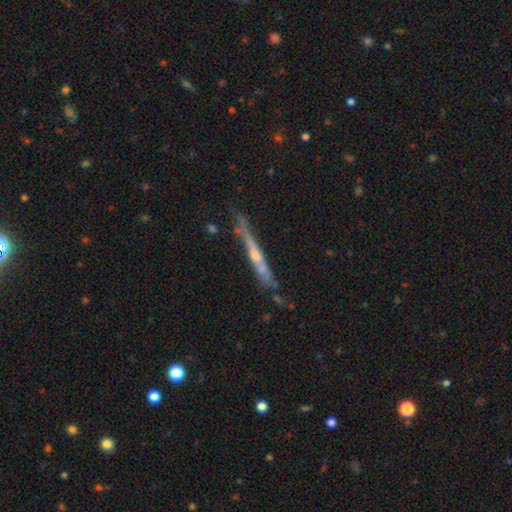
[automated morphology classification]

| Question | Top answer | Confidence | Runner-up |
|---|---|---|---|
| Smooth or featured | featured or disk | 67% | smooth (26%) |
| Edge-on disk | yes | 90% | no (10%) |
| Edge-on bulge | rounded | 52% | none (40%) |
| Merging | none | 60% | minor disturbance (24%) |